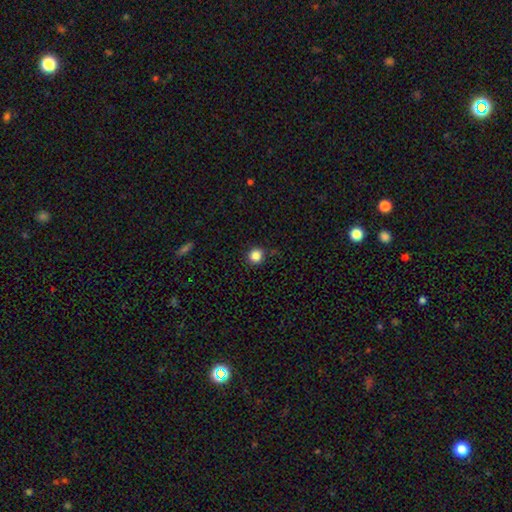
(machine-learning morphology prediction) A smooth galaxy with no disk features (85%) that is round (93%). Merging: none (87%).